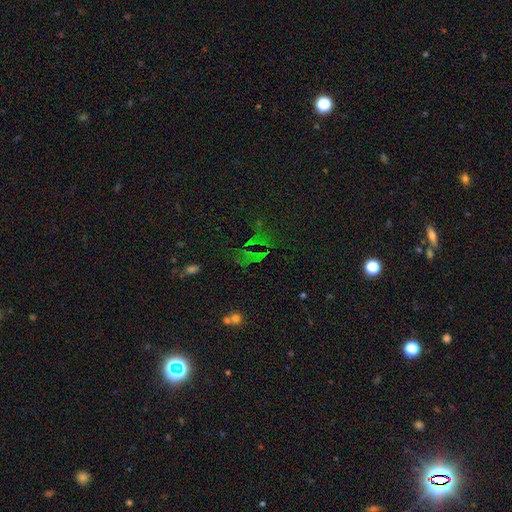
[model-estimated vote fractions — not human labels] Overall: star or artifact (66%).